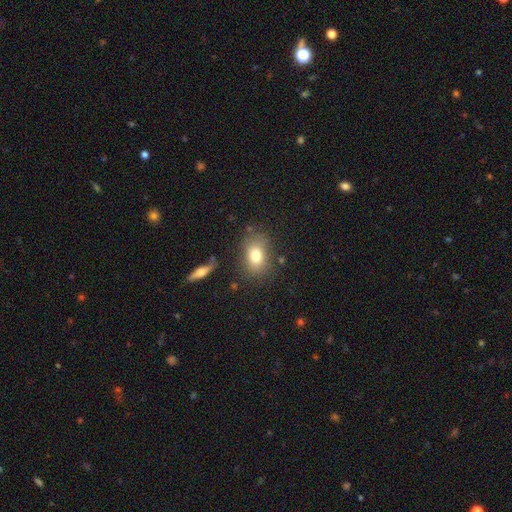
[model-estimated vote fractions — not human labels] Q: Smooth or featured?
A: smooth (77%); runner-up: featured or disk (13%)
Q: How rounded?
A: in between (77%); runner-up: round (21%)
Q: Merging?
A: none (76%); runner-up: minor disturbance (15%)